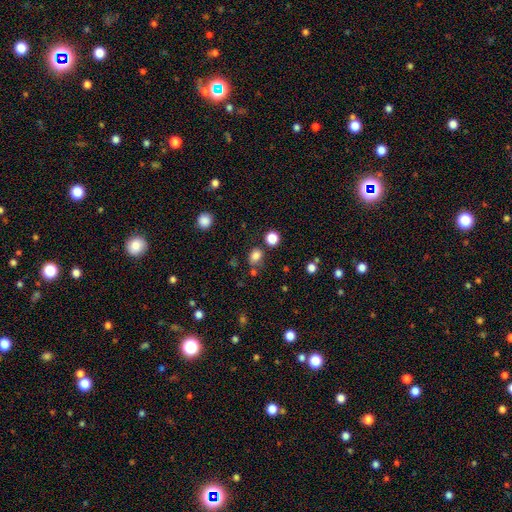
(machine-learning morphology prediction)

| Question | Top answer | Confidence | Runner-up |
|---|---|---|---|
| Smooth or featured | smooth | 81% | star or artifact (14%) |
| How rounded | in between | 50% | round (49%) |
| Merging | none | 71% | minor disturbance (15%) |